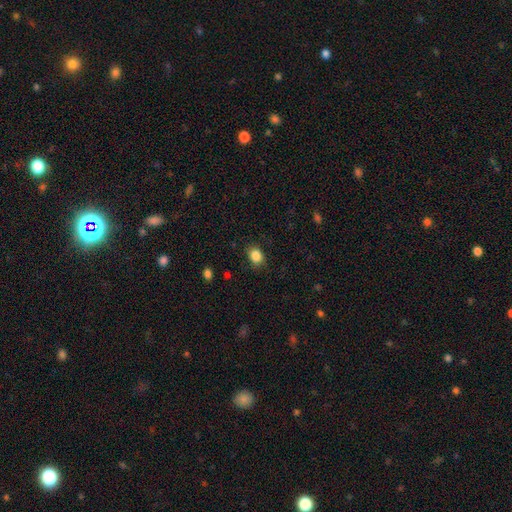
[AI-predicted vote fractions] Overall: smooth (86%). How rounded: in between (54%; round 45%). Merging: none (84%).